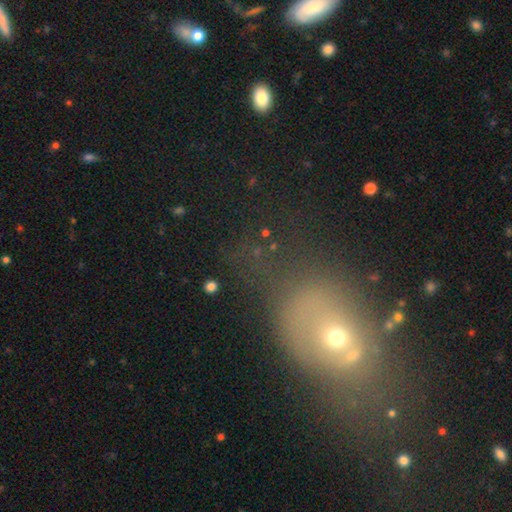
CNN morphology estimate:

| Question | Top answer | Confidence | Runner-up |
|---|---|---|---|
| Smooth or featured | smooth | 43% | star or artifact (31%) |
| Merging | merger | 37% | none (31%) |